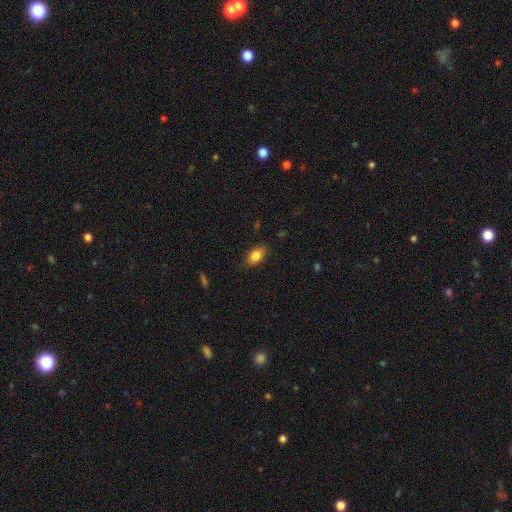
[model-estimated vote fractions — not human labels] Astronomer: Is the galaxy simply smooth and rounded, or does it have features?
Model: smooth — 85%.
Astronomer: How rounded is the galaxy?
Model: in between — 90%.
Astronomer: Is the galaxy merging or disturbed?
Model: none — 83%.